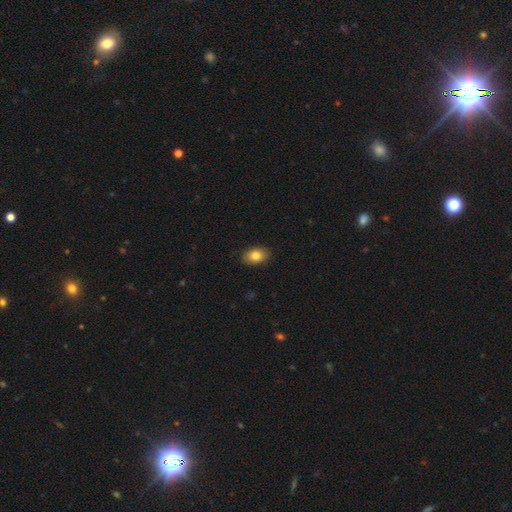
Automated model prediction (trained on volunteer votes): Q: Smooth or featured?
A: smooth (81%); runner-up: featured or disk (10%)
Q: How rounded?
A: in between (84%); runner-up: round (14%)
Q: Merging?
A: none (88%); runner-up: minor disturbance (9%)